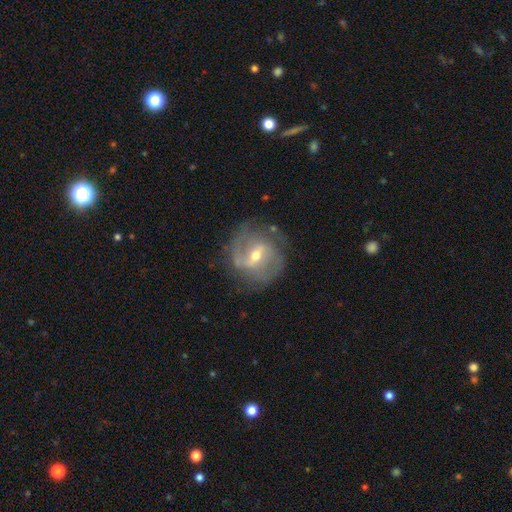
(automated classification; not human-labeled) Morphology: type=featured or disk (82%); edge-on=no (97%); bar=weak (52%); spiral arms=yes (90%); winding=medium (47%); arm count=2 (73%); bulge=moderate (56%); merging=none (72%).